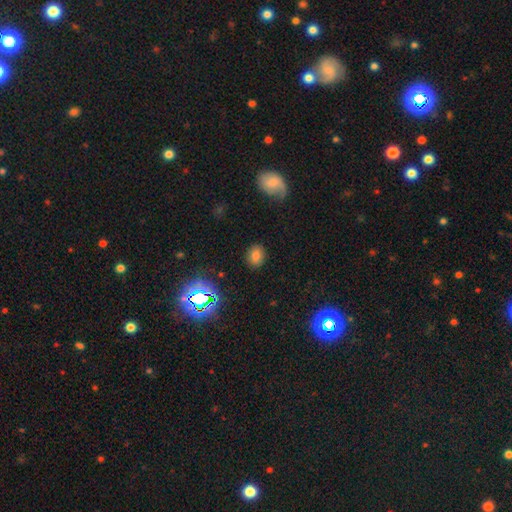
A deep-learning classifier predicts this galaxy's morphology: Smooth or featured: smooth — 73% (star or artifact — 18%)
How rounded: round — 53% (in between — 46%)
Merging: none — 86% (minor disturbance — 9%)